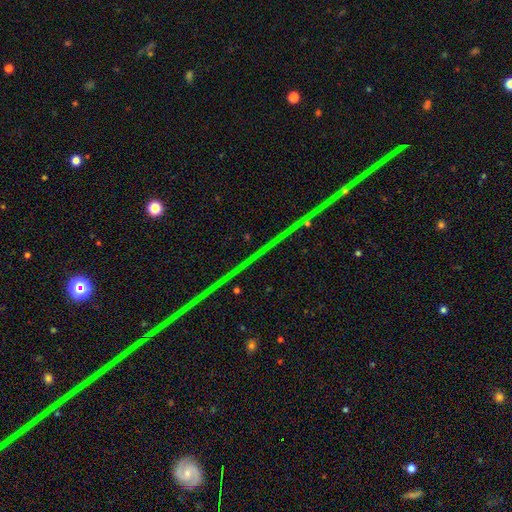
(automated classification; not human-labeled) This appears to be a star or artifact, not a galaxy (85%).